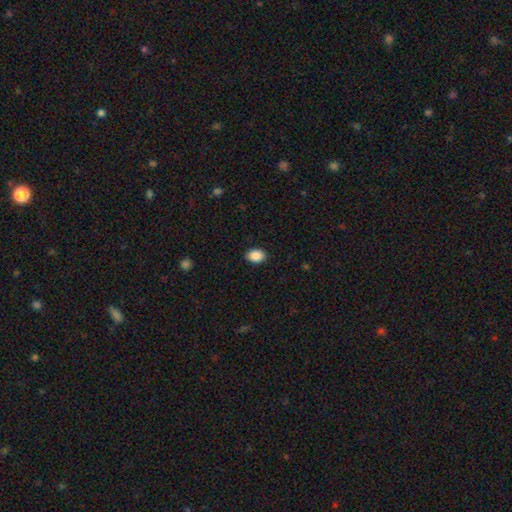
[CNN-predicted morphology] Smooth or featured? Predicted: smooth (p=0.90). How rounded? Predicted: in between (p=0.74). Merging? Predicted: none (p=0.89).